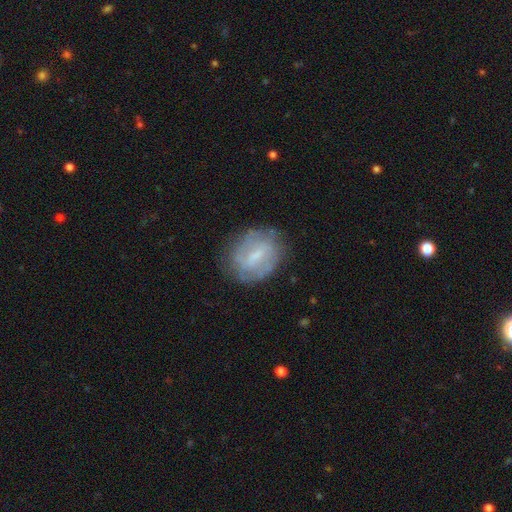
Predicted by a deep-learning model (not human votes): Smooth or featured: featured or disk — 61% (smooth — 31%)
Edge-on disk: no — 96% (yes — 4%)
Bar: weak — 52% (strong — 33%)
Spiral arms: yes — 62% (no — 38%)
Bulge size: small — 48% (moderate — 27%)
Merging: none — 72% (minor disturbance — 19%)